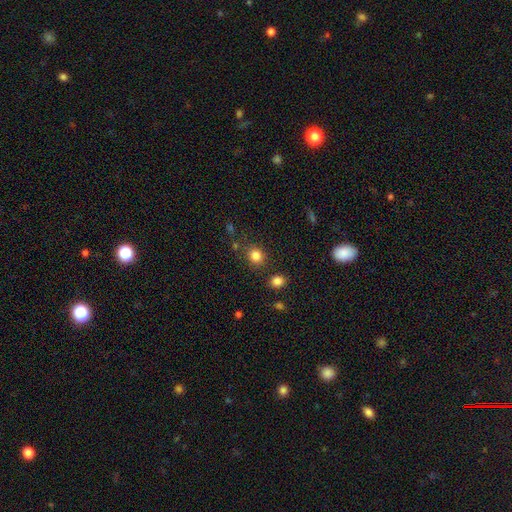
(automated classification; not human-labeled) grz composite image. It shows a smooth galaxy with no disk features (83%) that is round (79%). Merging: none (80%).